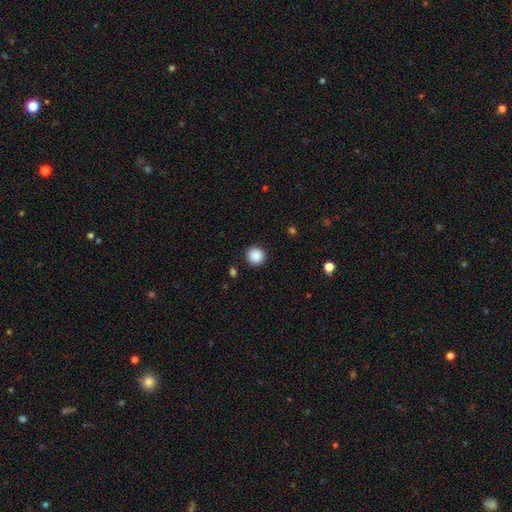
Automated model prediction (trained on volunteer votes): Smooth or featured? smooth (88%)
How rounded? round (94%)
Merging? none (91%)